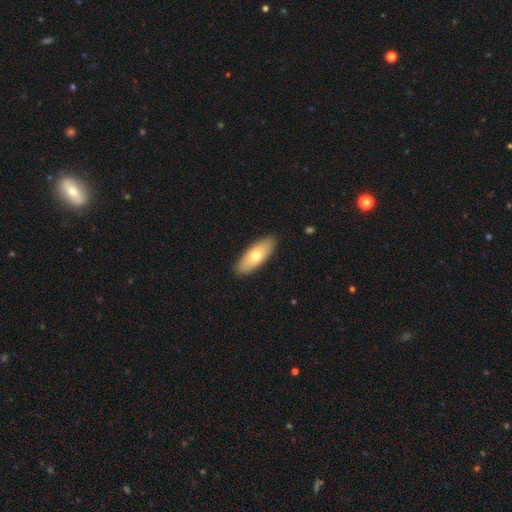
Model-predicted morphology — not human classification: This is likely a smooth galaxy (68%). How rounded: likely in between (75%). Merging: clearly none (89%).